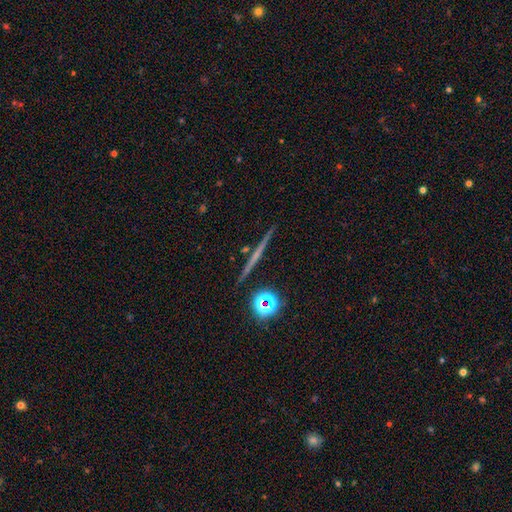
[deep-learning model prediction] This appears to be a featured or disk galaxy (54%) viewed edge-on (97%) with no central bulge (85%). Merging: none (91%).